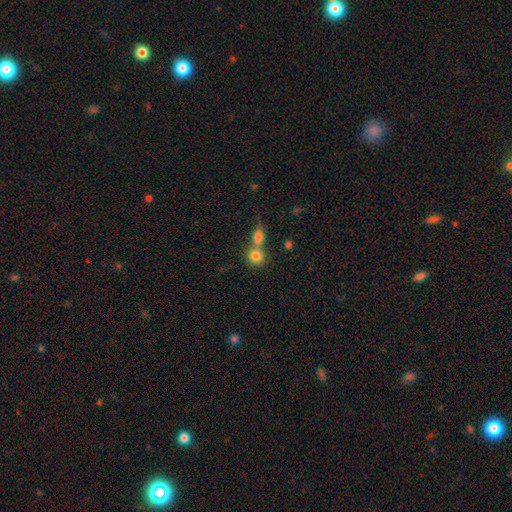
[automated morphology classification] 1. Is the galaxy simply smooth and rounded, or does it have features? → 81% smooth, 10% star or artifact, 9% featured or disk.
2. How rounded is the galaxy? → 77% round, 22% in between, 1% cigar-shaped.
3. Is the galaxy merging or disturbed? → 52% merger, 39% none, 7% minor disturbance, 3% major disturbance.